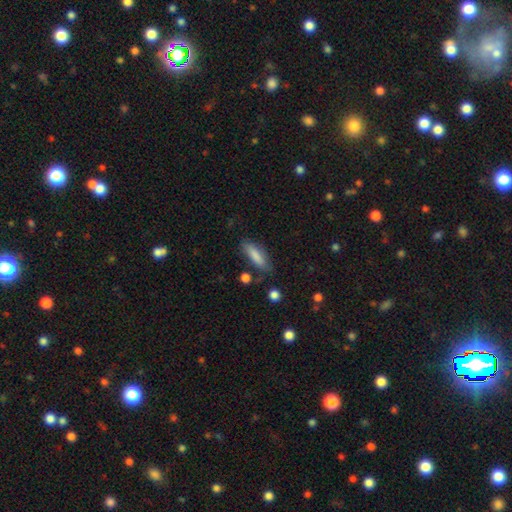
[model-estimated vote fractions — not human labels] Morphology: type=smooth (82%); roundness=in between (49%, tied with cigar-shaped); merging=none (75%).